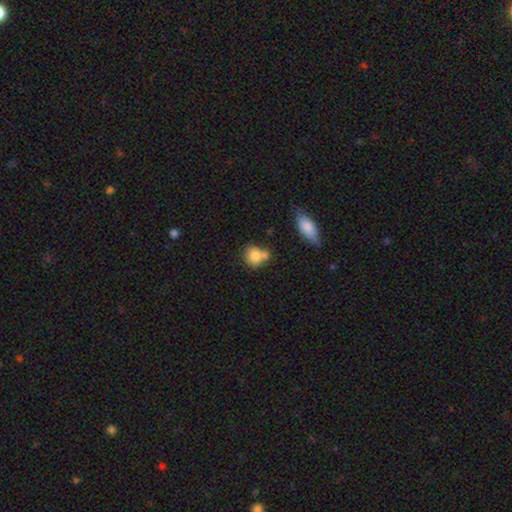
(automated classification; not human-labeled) Smooth or featured? smooth (81%)
How rounded? round (76%)
Merging? none (48%)